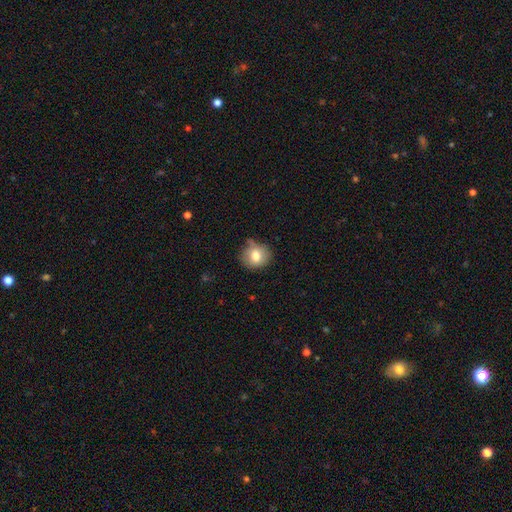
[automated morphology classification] A smooth galaxy with no disk features (78%) that is round (82%). Merging: none (68%).